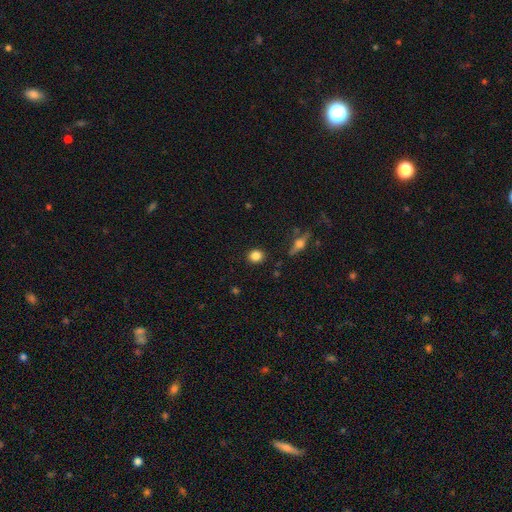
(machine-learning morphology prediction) smooth 83%, star or artifact 10%, featured or disk 7%. Down the decision tree: how rounded — round (84%); merging — none (89%).